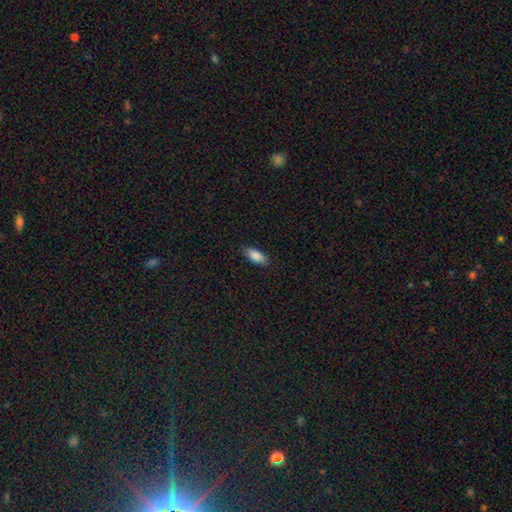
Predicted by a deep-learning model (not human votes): smooth 84%, featured or disk 9%, star or artifact 7%. Down the decision tree: how rounded — in between (81%); merging — none (85%).